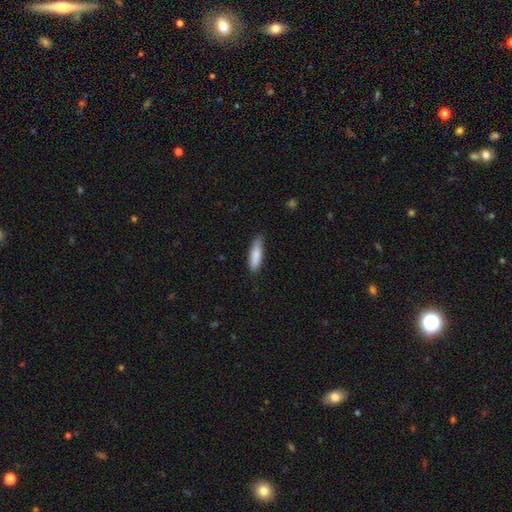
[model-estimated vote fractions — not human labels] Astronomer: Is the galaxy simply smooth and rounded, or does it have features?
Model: smooth — 84%.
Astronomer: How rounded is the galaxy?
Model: cigar-shaped — 66%.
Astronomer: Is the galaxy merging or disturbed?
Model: none — 75%.